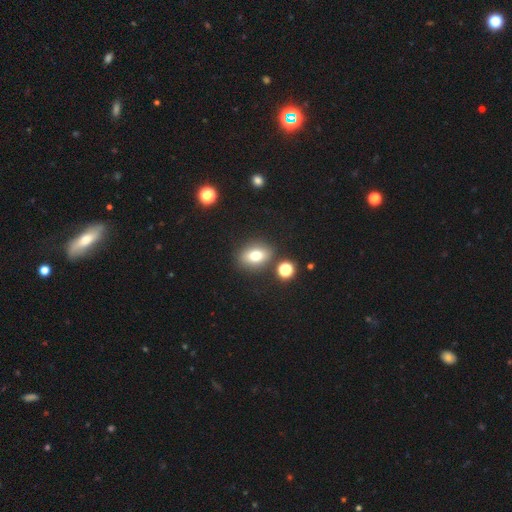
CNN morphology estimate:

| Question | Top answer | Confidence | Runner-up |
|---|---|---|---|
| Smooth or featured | smooth | 73% | featured or disk (15%) |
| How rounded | in between | 65% | round (33%) |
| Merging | none | 81% | minor disturbance (10%) |